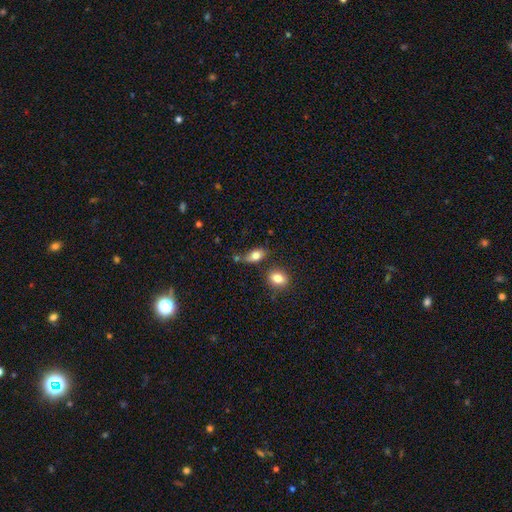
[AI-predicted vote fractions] Q: Smooth or featured?
A: smooth (80%); runner-up: featured or disk (11%)
Q: How rounded?
A: in between (81%); runner-up: round (12%)
Q: Merging?
A: none (58%); runner-up: minor disturbance (21%)